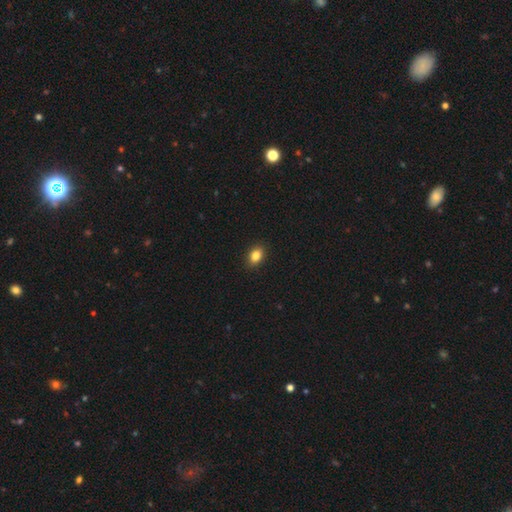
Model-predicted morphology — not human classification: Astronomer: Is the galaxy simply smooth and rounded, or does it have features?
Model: smooth — 85%.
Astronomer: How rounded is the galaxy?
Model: in between — 80%.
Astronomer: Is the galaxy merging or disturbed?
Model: none — 90%.